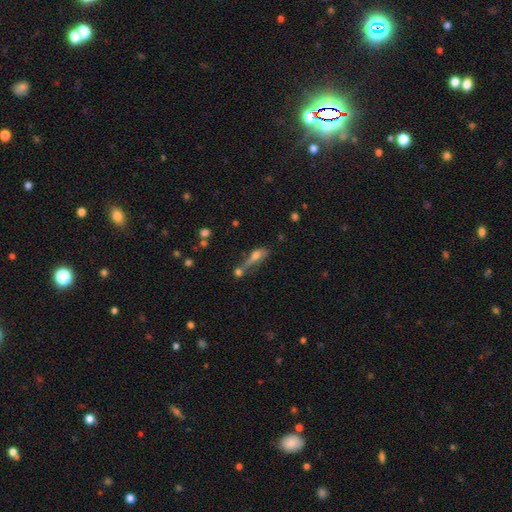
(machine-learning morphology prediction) This appears to be a smooth galaxy with no disk features (56%) that is in between round and cigar-shaped (54%). Merging: merger (40%).